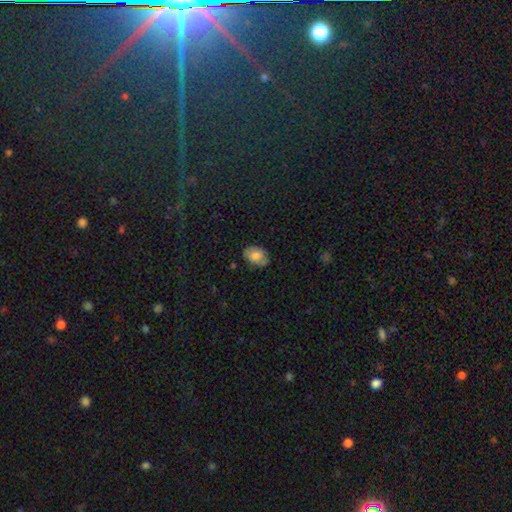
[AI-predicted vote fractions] This is likely a smooth galaxy (75%). How rounded: clearly in between (81%). Merging: likely none (73%).